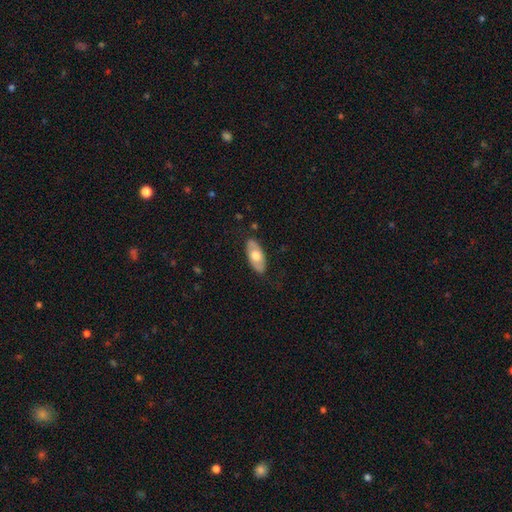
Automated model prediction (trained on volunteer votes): Smooth or featured? smooth (59%)
How rounded? in between (90%)
Merging? none (83%)